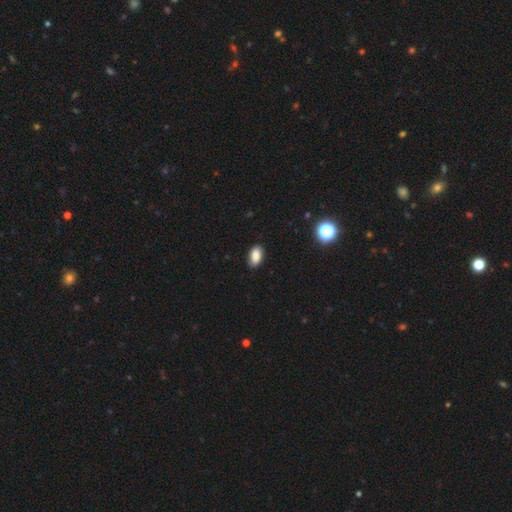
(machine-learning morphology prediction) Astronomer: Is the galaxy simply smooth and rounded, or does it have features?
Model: smooth — 86%.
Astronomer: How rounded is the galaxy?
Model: in between — 92%.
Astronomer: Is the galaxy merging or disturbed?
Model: none — 85%.